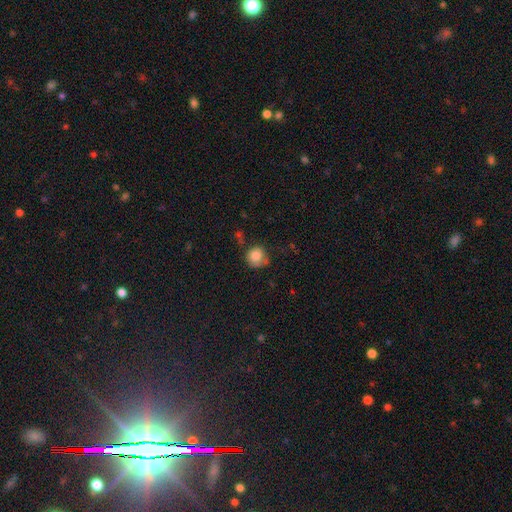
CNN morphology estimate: smooth_or_featured: smooth (p=0.81) [alt: featured or disk p=0.10]
how_rounded: round (p=0.84) [alt: in between p=0.15]
merging: none (p=0.53) [alt: minor disturbance p=0.30]